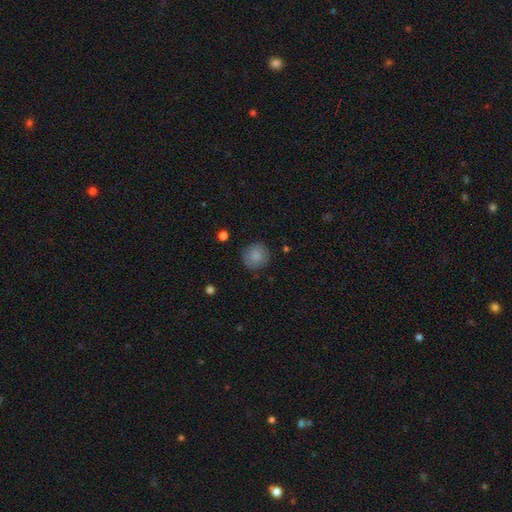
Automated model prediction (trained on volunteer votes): Q: Smooth or featured?
A: smooth (86%); runner-up: star or artifact (8%)
Q: How rounded?
A: round (90%); runner-up: in between (9%)
Q: Merging?
A: none (87%); runner-up: minor disturbance (9%)